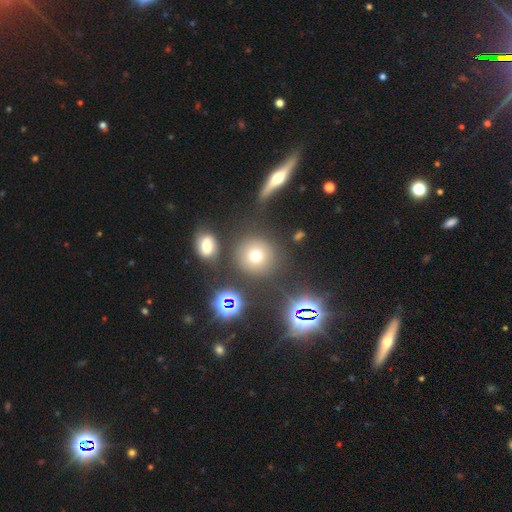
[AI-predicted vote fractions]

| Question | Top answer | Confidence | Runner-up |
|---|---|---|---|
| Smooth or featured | smooth | 67% | star or artifact (20%) |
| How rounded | round | 91% | in between (8%) |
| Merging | none | 78% | minor disturbance (10%) |